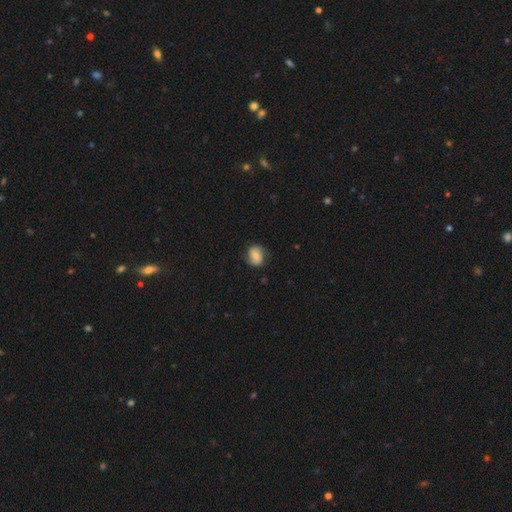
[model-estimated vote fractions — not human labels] Smooth or featured?
  - smooth: 58% *
  - featured or disk: 33%
  - star or artifact: 9%
How rounded?
  - round: 52% *
  - in between: 47%
  - cigar-shaped: 1%
Merging?
  - none: 72% *
  - minor disturbance: 20%
  - major disturbance: 7%
  - merger: 1%